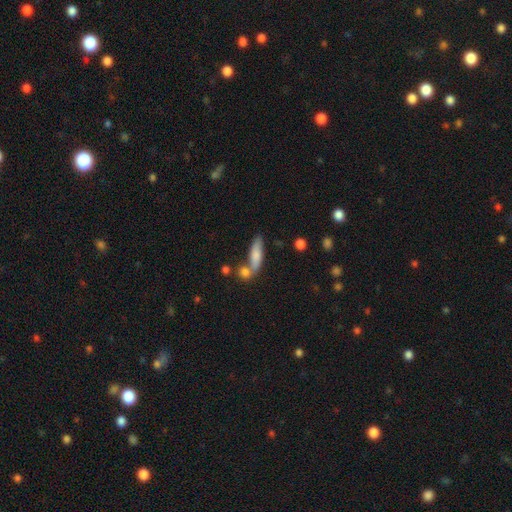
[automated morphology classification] A smooth galaxy with no disk features (73%) that is cigar-shaped (58%).

Vote fractions:
- Smooth or featured? smooth: 73% / featured or disk: 20% / star or artifact: 7%
- How rounded? cigar-shaped: 58% / in between: 39% / round: 4%
- Merging? none: 55% / merger: 26% / minor disturbance: 14% / major disturbance: 5%